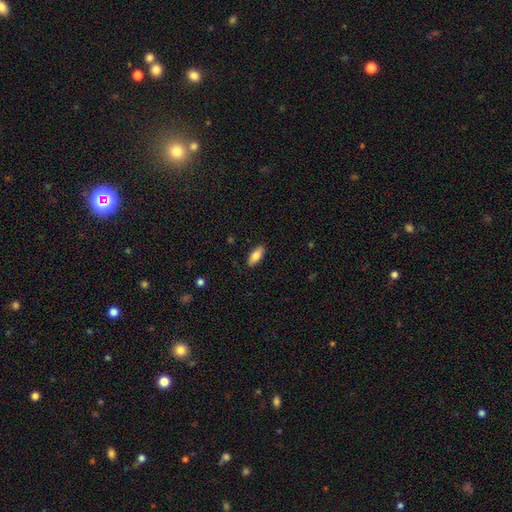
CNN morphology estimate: A smooth galaxy with no disk features (80%) that is in between round and cigar-shaped (79%). Merging: none (88%).